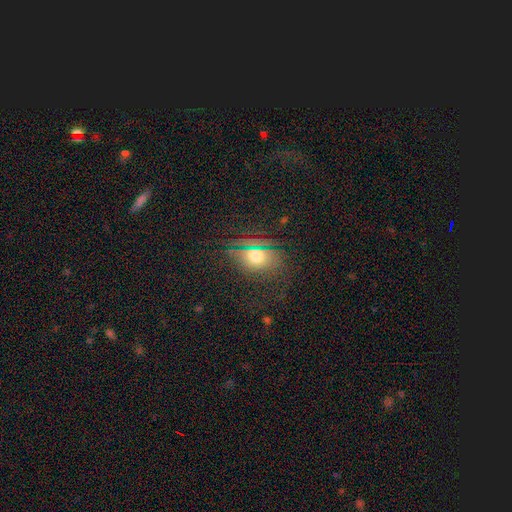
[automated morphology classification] smooth_or_featured: smooth (p=0.64) [alt: star or artifact p=0.22]
how_rounded: in between (p=0.60) [alt: round p=0.37]
merging: none (p=0.73) [alt: minor disturbance p=0.16]